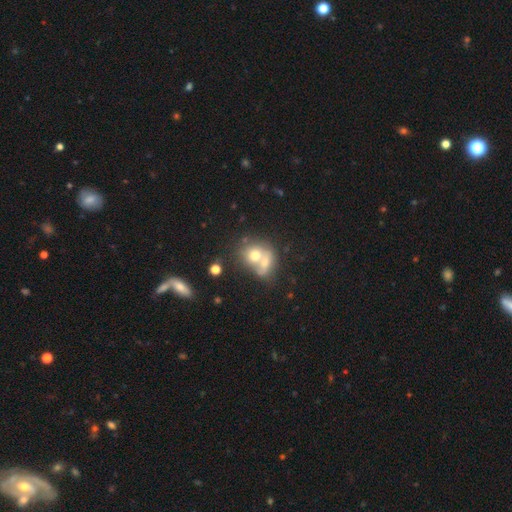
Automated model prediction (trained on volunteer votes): Smooth or featured? Predicted: smooth (p=0.64). How rounded? Predicted: round (p=0.63). Merging? Predicted: merger (p=0.66).